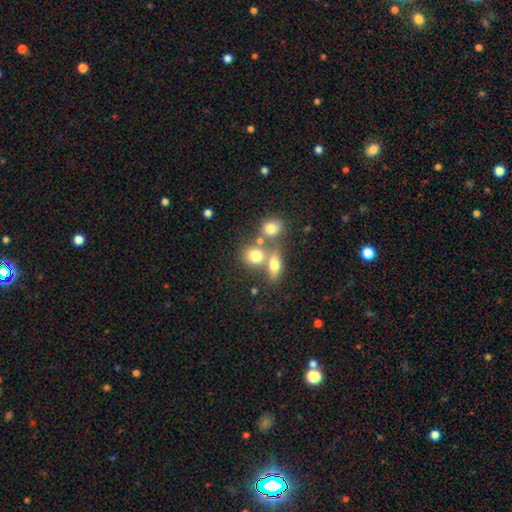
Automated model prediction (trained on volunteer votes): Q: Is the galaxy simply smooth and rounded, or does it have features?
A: smooth — 74%.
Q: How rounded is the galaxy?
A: round — 66%.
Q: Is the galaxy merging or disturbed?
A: none — 44%.